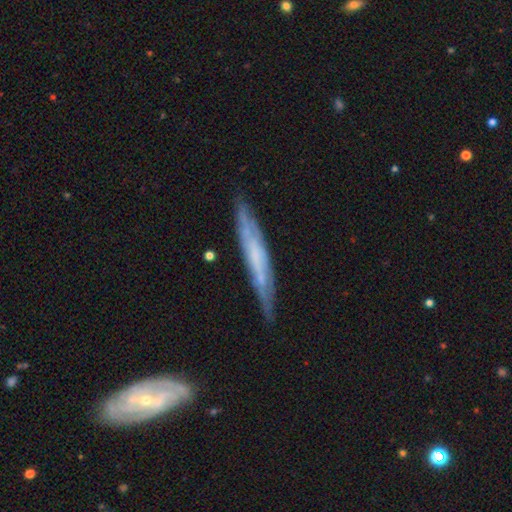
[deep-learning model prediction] smooth_or_featured: featured or disk (p=0.60) [alt: smooth p=0.33]
disk_edge_on: yes (p=0.79) [alt: no p=0.21]
merging: none (p=0.78) [alt: minor disturbance p=0.17]